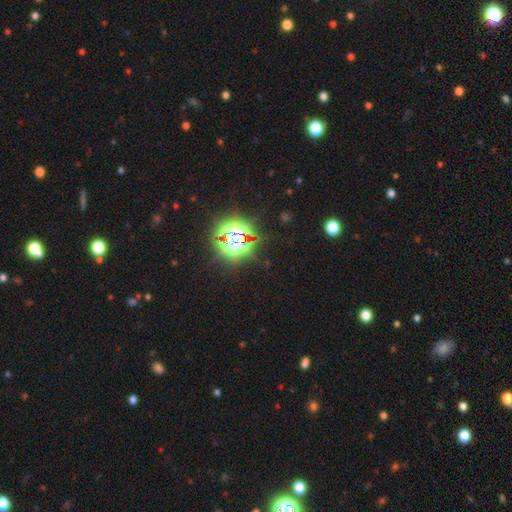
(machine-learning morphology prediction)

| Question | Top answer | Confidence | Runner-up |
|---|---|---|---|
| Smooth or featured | star or artifact | 83% | smooth (10%) |